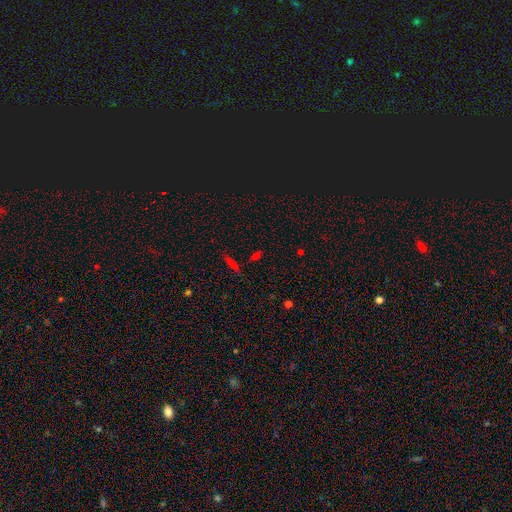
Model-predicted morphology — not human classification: Smooth or featured?
  - smooth: 50% *
  - star or artifact: 36%
  - featured or disk: 14%
Merging?
  - none: 78% *
  - minor disturbance: 11%
  - merger: 6%
  - major disturbance: 4%